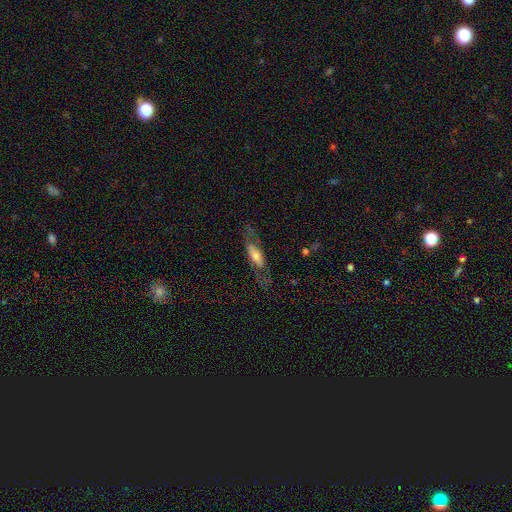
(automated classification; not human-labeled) A featured or disk galaxy (52%).

Vote fractions:
- Smooth or featured? featured or disk: 52% / smooth: 41% / star or artifact: 7%
- Edge-on disk? no: 60% / yes: 40%
- Merging? none: 67% / minor disturbance: 17% / major disturbance: 14% / merger: 2%